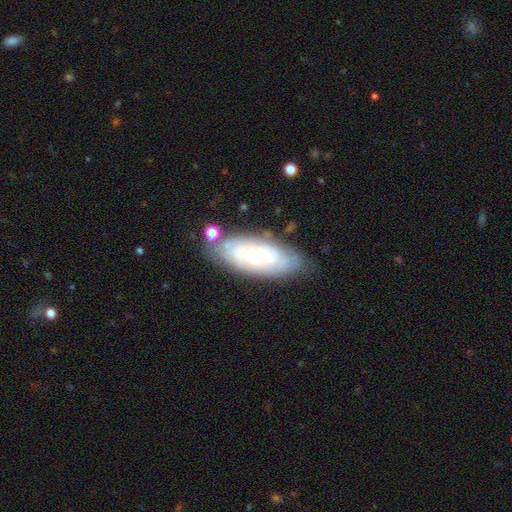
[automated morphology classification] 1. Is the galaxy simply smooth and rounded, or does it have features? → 60% featured or disk, 33% smooth, 7% star or artifact.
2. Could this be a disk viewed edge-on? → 84% no, 16% yes.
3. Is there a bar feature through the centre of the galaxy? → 55% no, 33% weak, 12% strong.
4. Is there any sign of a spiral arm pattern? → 72% yes, 28% no.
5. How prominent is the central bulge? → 47% small, 36% moderate, 9% large, 6% none, 2% dominant.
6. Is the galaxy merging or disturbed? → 70% none, 19% minor disturbance, 6% major disturbance, 5% merger.